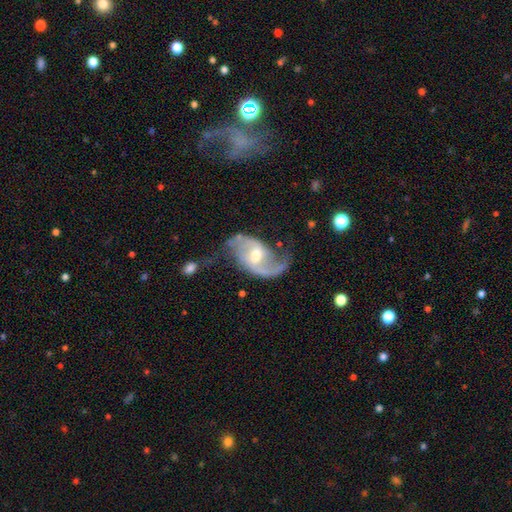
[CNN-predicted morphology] Smooth or featured?
  - featured or disk: 90% *
  - smooth: 5%
  - star or artifact: 5%
Edge-on disk?
  - no: 97% *
  - yes: 3%
Bar?
  - weak: 51% *
  - no: 30%
  - strong: 19%
Spiral arms?
  - yes: 97% *
  - no: 3%
Spiral winding?
  - loose: 54% *
  - medium: 37%
  - tight: 9%
Spiral arm count?
  - 2: 89% *
  - 1: 6%
  - can't tell: 3%
  - 3: 1%
  - 4: 1%
  - more than 4: 1%
Bulge size?
  - moderate: 61% *
  - small: 32%
  - large: 4%
  - none: 2%
  - dominant: 1%
Merging?
  - none: 61% *
  - minor disturbance: 21%
  - major disturbance: 14%
  - merger: 4%